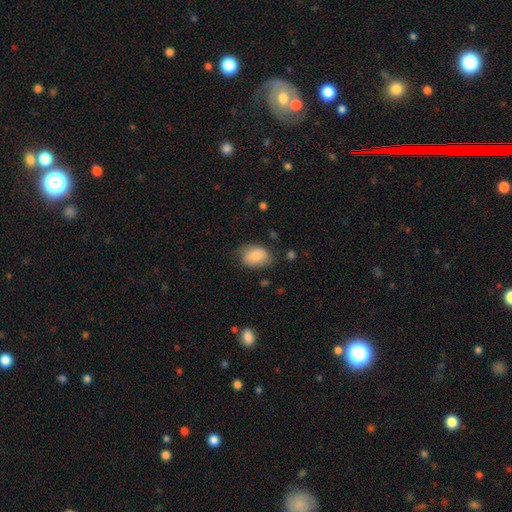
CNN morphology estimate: Q: Smooth or featured?
A: smooth (83%); runner-up: featured or disk (10%)
Q: How rounded?
A: in between (77%); runner-up: round (22%)
Q: Merging?
A: none (68%); runner-up: minor disturbance (24%)